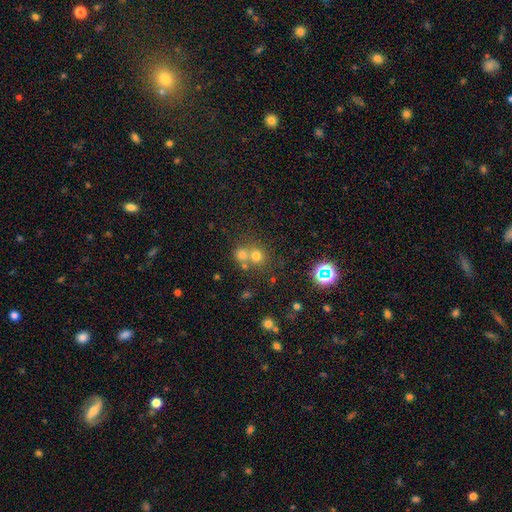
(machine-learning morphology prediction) type=smooth (65%); roundness=round (85%); merging=none (47%).